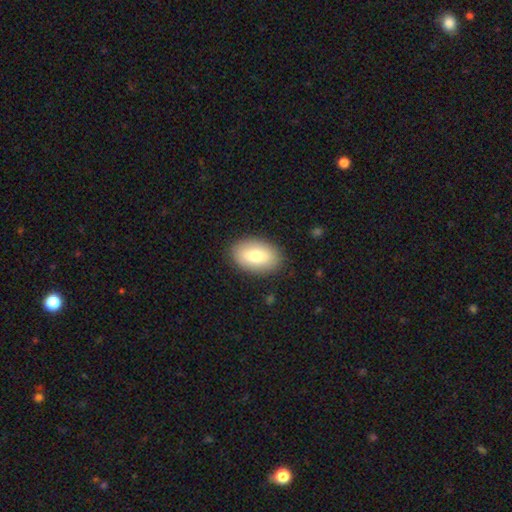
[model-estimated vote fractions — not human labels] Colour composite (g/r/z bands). It shows a smooth galaxy with no disk features (76%) that is in between round and cigar-shaped (91%). Merging: none (88%).